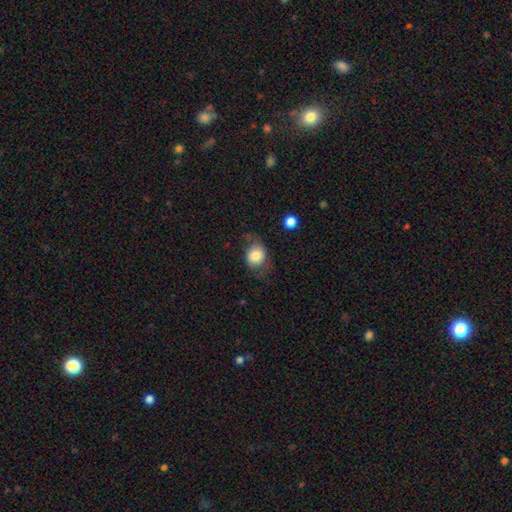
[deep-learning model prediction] Smooth or featured? smooth (78%)
How rounded? round (58%)
Merging? none (56%)